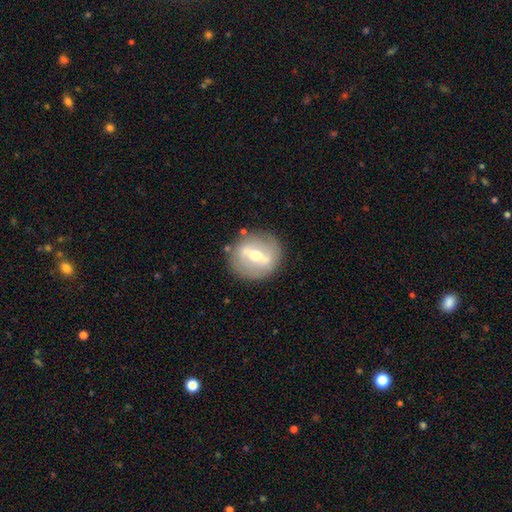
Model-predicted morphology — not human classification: This appears to be a featured or disk galaxy (69%) with a strong bar (68%), no spiral arms (76%) and a moderate central bulge (68%). Merging: none (83%).